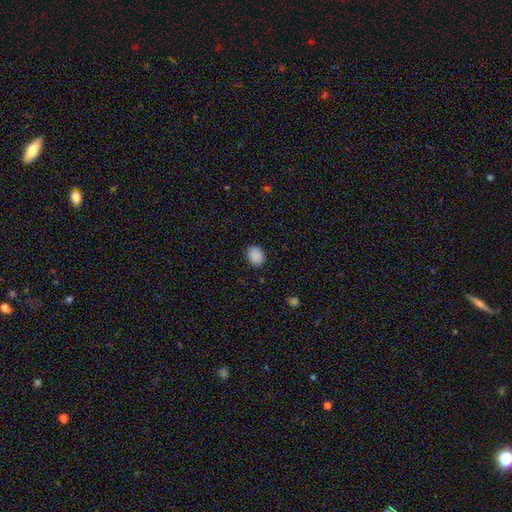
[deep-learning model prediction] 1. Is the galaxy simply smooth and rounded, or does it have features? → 89% smooth, 9% star or artifact, 3% featured or disk.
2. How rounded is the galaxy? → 52% round, 47% in between, 1% cigar-shaped.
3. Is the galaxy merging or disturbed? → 86% none, 10% minor disturbance, 3% major disturbance, 1% merger.